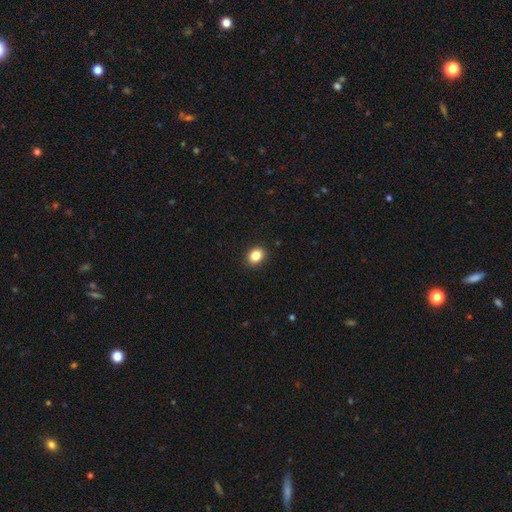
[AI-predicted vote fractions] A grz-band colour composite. It shows a smooth galaxy with no disk features (85%) that is in between round and cigar-shaped (51%). Merging: none (91%).